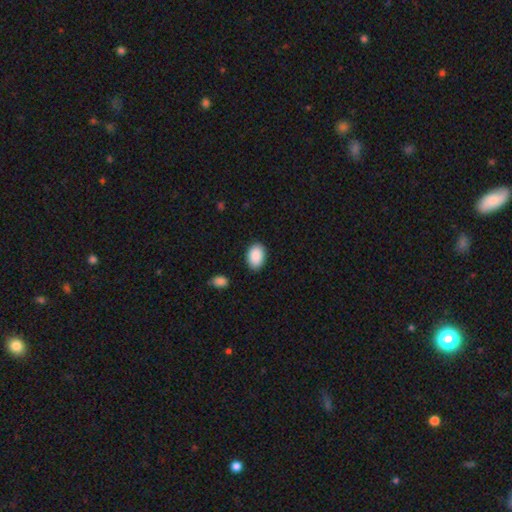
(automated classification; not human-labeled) Morphology: type=smooth (91%); roundness=in between (88%); merging=none (86%).